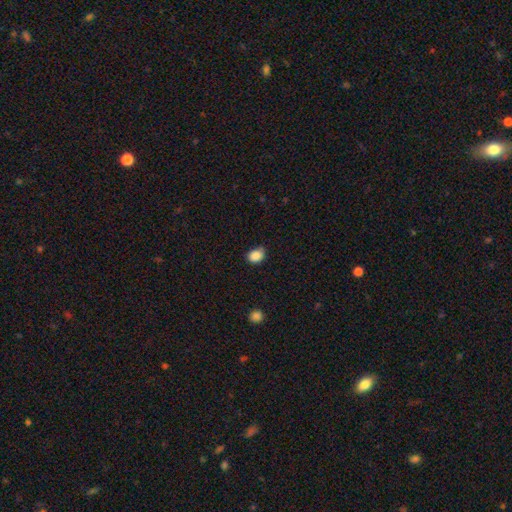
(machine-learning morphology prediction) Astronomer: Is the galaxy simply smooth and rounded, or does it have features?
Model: smooth — 88%.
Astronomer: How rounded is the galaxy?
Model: in between — 56% (runner-up: round, 43%).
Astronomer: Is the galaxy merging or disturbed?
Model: none — 64%.